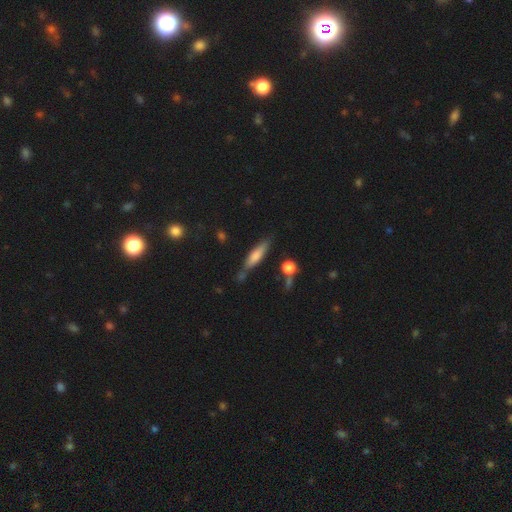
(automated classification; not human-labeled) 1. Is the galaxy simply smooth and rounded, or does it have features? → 65% smooth, 28% featured or disk, 7% star or artifact.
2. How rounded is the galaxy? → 74% cigar-shaped, 24% in between, 2% round.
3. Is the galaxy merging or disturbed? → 68% none, 19% minor disturbance, 8% merger, 5% major disturbance.